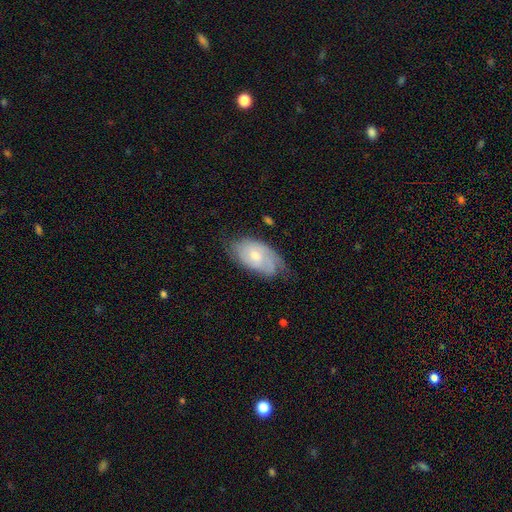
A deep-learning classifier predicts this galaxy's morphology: type=featured or disk (60%); edge-on=no (93%); bar=no (69%); spiral arms=yes (83%); bulge=moderate (55%); merging=none (59%).